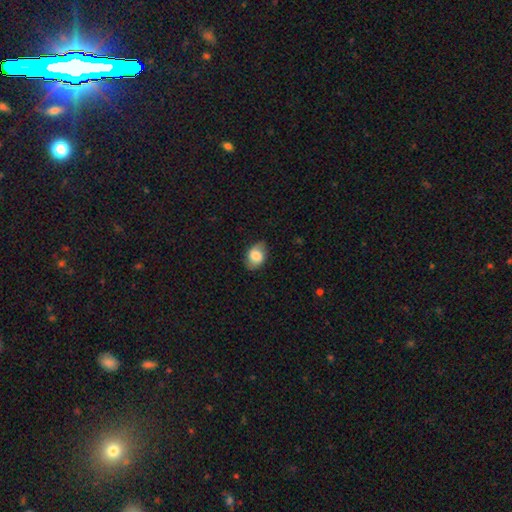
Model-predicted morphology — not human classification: smooth_or_featured: smooth (p=0.74) [alt: featured or disk p=0.18]
how_rounded: in between (p=0.77) [alt: round p=0.22]
merging: none (p=0.78) [alt: minor disturbance p=0.18]